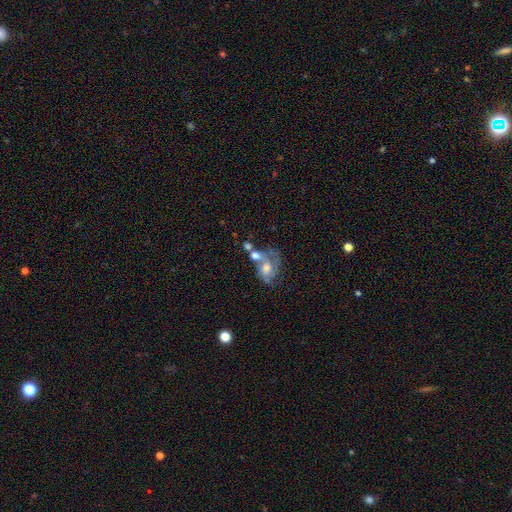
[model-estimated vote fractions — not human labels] Q: Smooth or featured?
A: featured or disk (55%); runner-up: smooth (35%)
Q: Edge-on disk?
A: no (96%); runner-up: yes (4%)
Q: Bar?
A: no (70%); runner-up: weak (25%)
Q: Spiral arms?
A: yes (67%); runner-up: no (33%)
Q: Bulge size?
A: moderate (50%); runner-up: large (22%)
Q: Merging?
A: merger (50%); runner-up: none (22%)